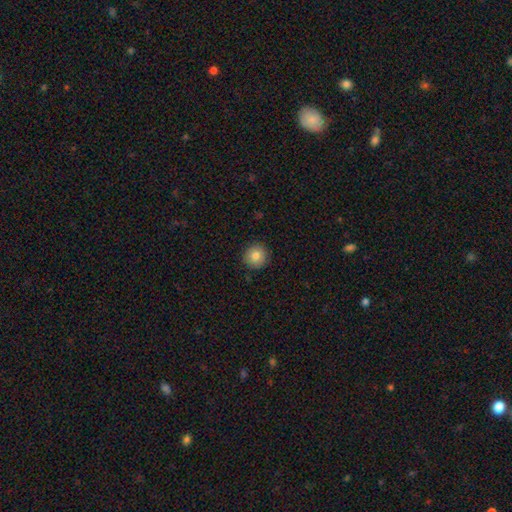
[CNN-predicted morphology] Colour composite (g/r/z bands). It shows a smooth galaxy with no disk features (83%) that is round (95%). Merging: none (91%).